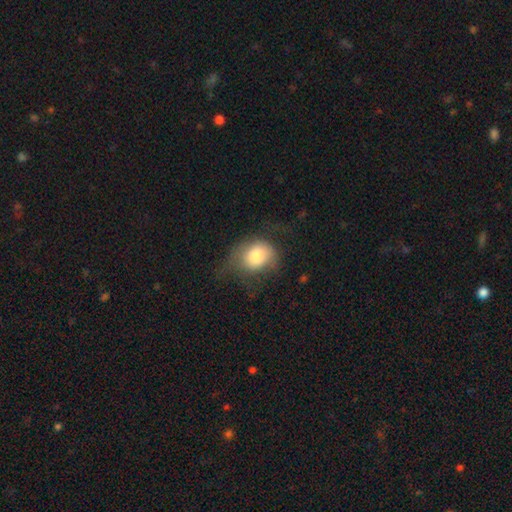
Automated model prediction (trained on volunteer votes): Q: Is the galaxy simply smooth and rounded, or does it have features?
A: smooth — 66%.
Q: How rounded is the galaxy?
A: round — 61%.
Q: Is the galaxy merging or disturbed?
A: none — 46%.